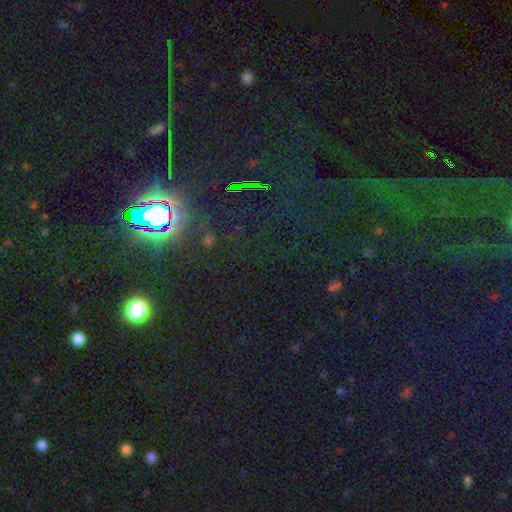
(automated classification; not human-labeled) This is clearly a star or artifact rather than a galaxy (82%).